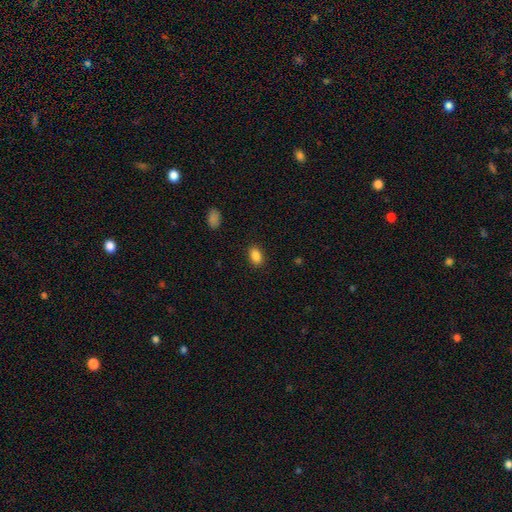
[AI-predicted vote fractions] Smooth or featured? smooth (87%)
How rounded? in between (88%)
Merging? none (88%)